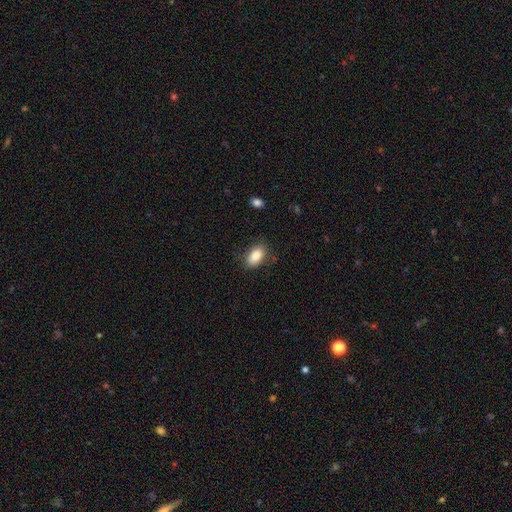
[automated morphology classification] smooth-or-featured: smooth: 86% | star or artifact: 8% | featured or disk: 7%
  how-rounded: in between: 91% | round: 6% | cigar-shaped: 3%
  merging: none: 81% | minor disturbance: 14% | major disturbance: 4% | merger: 1%